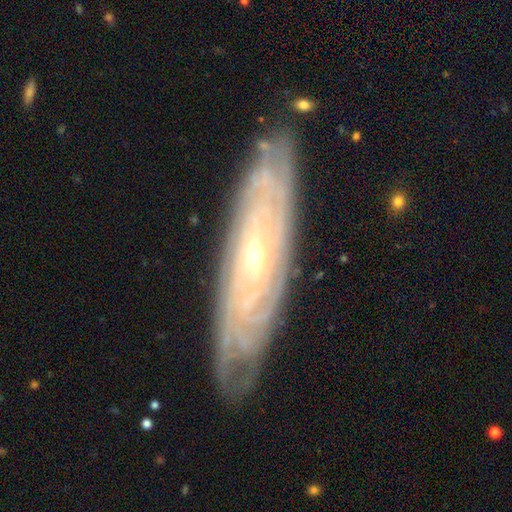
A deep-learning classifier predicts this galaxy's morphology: Overall: featured or disk (85%). Edge-on disk: no (75%). Bar: no (58%; weak 30%). Spiral arms: yes (94%). Spiral arm count: can't tell (52%; more than 4 15%). Spiral winding: tight (84%). Bulge size: small (69%). Merging: none (83%).